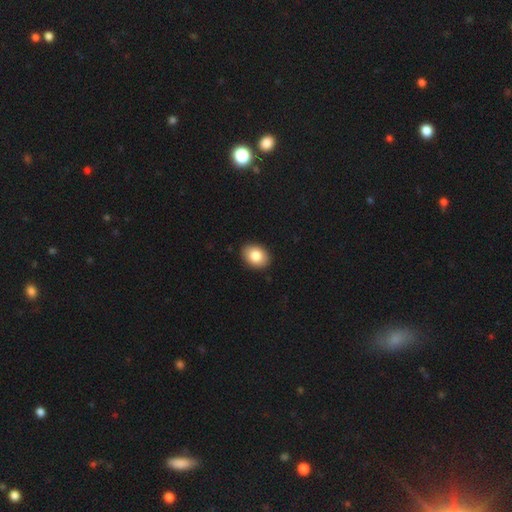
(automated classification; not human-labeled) A smooth galaxy with no disk features (84%) that is in between round and cigar-shaped (70%).

Vote fractions:
- Smooth or featured? smooth: 84% / featured or disk: 8% / star or artifact: 8%
- How rounded? in between: 70% / round: 29% / cigar-shaped: 1%
- Merging? none: 91% / minor disturbance: 7% / major disturbance: 2% / merger: 1%